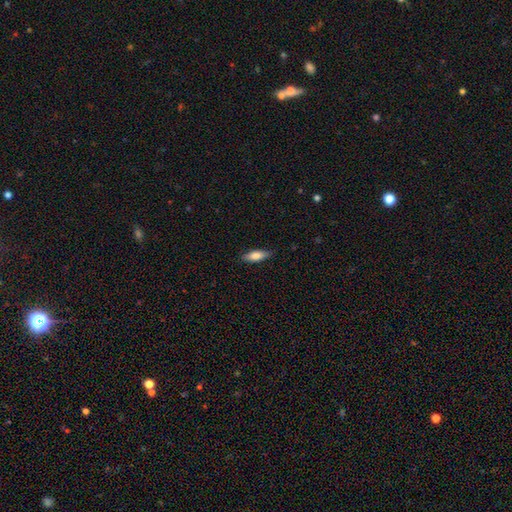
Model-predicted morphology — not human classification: type=smooth (76%); roundness=in between (57%); merging=none (84%).